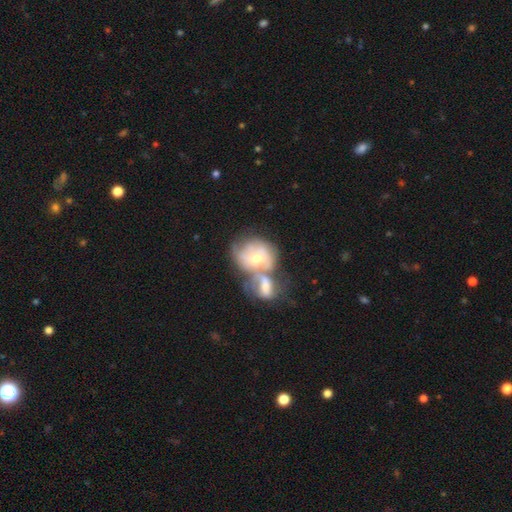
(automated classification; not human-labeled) Smooth or featured? featured or disk (62%)
Edge-on disk? no (96%)
Bar? no (72%)
Spiral arms? yes (70%)
Bulge size? moderate (60%)
Merging? merger (67%)